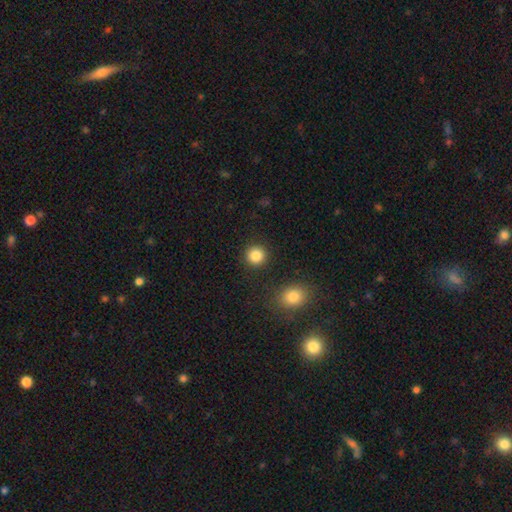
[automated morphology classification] Q: Smooth or featured?
A: smooth (86%); runner-up: star or artifact (10%)
Q: How rounded?
A: round (93%); runner-up: in between (6%)
Q: Merging?
A: none (90%); runner-up: minor disturbance (5%)